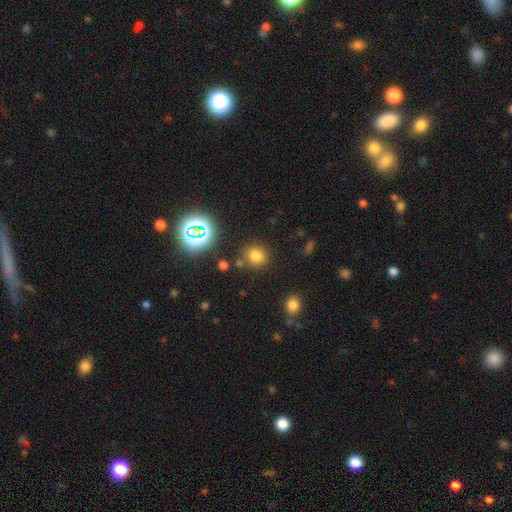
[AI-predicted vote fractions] Smooth or featured?
  - smooth: 74% *
  - star or artifact: 19%
  - featured or disk: 6%
How rounded?
  - round: 84% *
  - in between: 15%
  - cigar-shaped: 1%
Merging?
  - none: 81% *
  - minor disturbance: 9%
  - merger: 6%
  - major disturbance: 4%